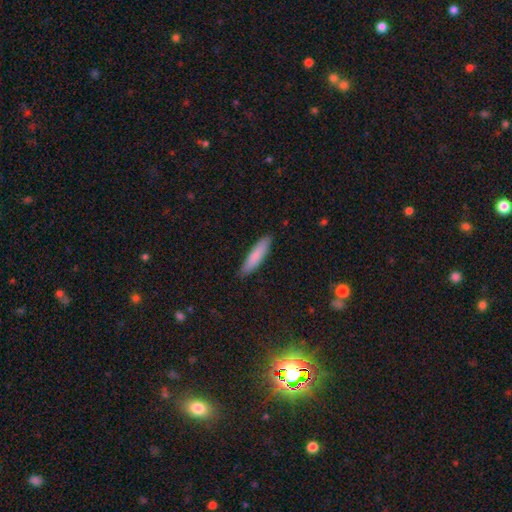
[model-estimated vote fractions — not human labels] Smooth or featured? smooth (82%)
How rounded? cigar-shaped (79%)
Merging? none (87%)